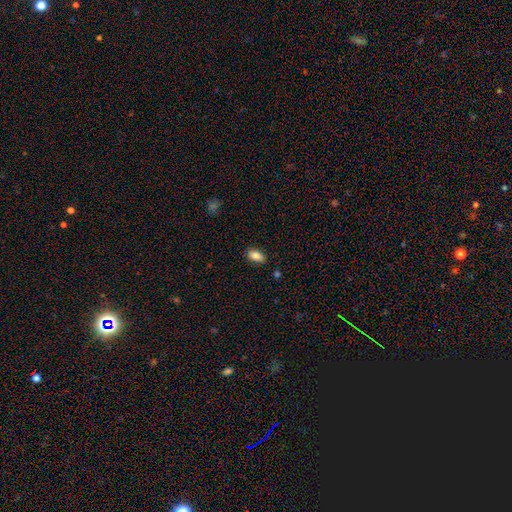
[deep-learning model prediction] Overall: smooth (84%). How rounded: in between (91%). Merging: none (86%).